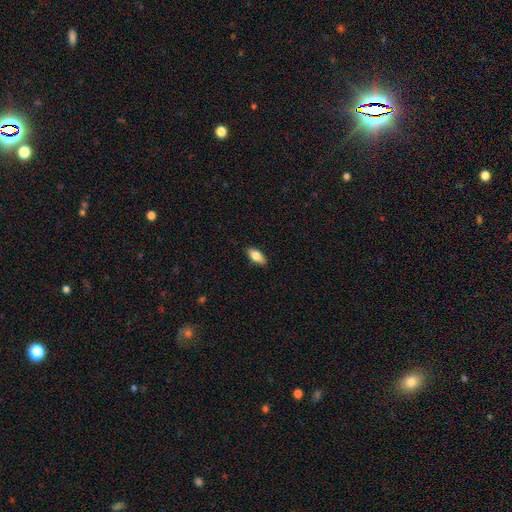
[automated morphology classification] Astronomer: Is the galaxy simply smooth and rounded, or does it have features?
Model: smooth — 79%.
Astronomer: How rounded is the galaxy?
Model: in between — 86%.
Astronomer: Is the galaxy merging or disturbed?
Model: none — 88%.